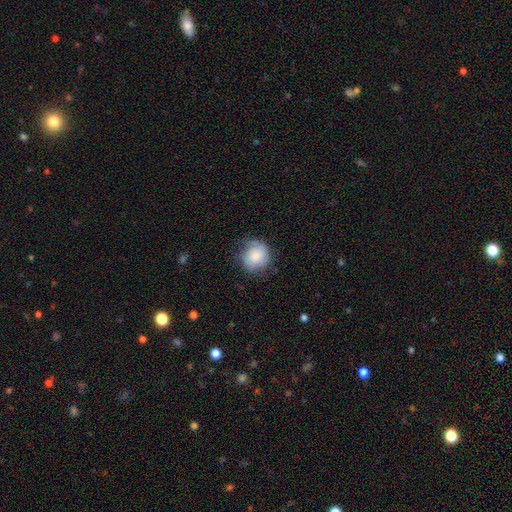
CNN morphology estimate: Overall: smooth (75%). How rounded: round (81%). Merging: none (57%; minor disturbance 30%).